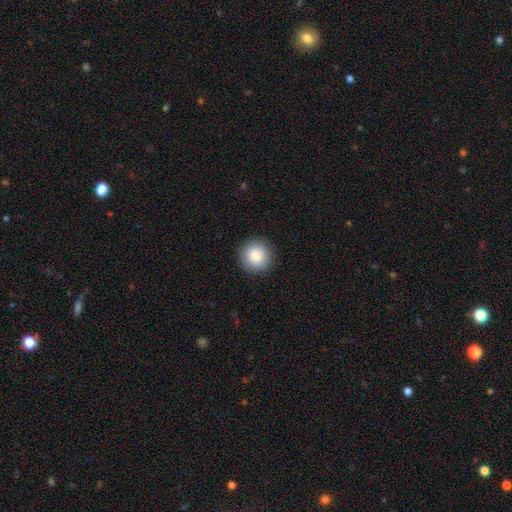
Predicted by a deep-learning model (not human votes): smooth-or-featured: smooth: 85% | star or artifact: 8% | featured or disk: 6%
  how-rounded: round: 94% | in between: 5% | cigar-shaped: 1%
  merging: none: 92% | minor disturbance: 6% | major disturbance: 2% | merger: 1%